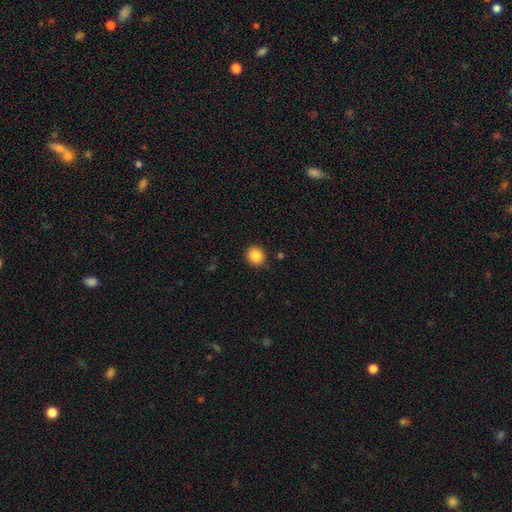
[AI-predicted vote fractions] Morphology: type=smooth (87%); roundness=round (87%); merging=none (89%).